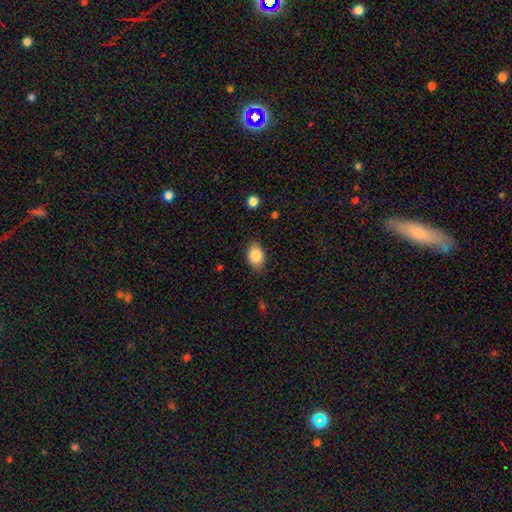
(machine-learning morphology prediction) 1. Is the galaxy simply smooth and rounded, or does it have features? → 85% smooth, 8% star or artifact, 7% featured or disk.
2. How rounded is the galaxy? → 78% in between, 20% round, 1% cigar-shaped.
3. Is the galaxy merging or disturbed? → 81% none, 15% minor disturbance, 3% major disturbance, 1% merger.